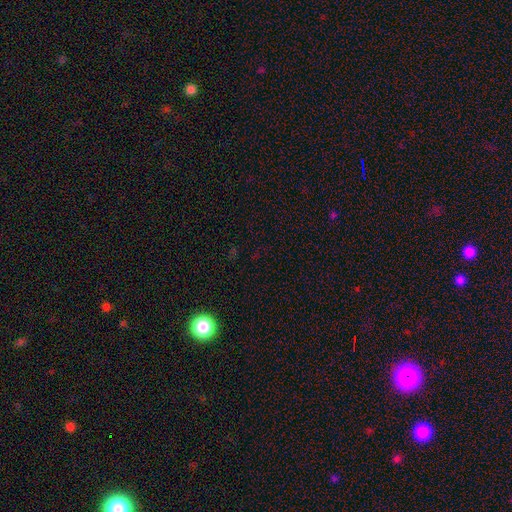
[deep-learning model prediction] This is likely a star or artifact rather than a galaxy (68%).